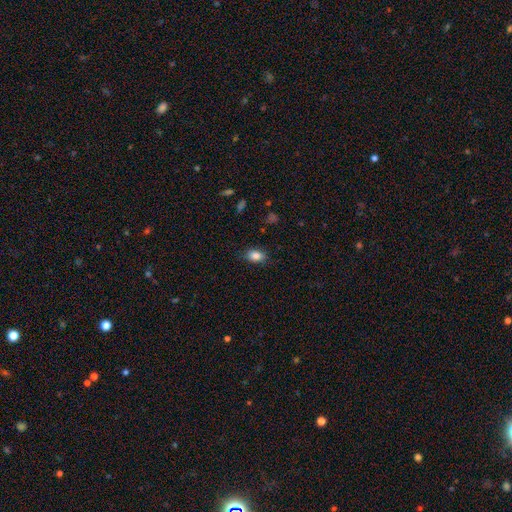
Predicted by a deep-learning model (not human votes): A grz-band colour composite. It shows a smooth galaxy with no disk features (85%) that is in between round and cigar-shaped (86%). Merging: none (85%).